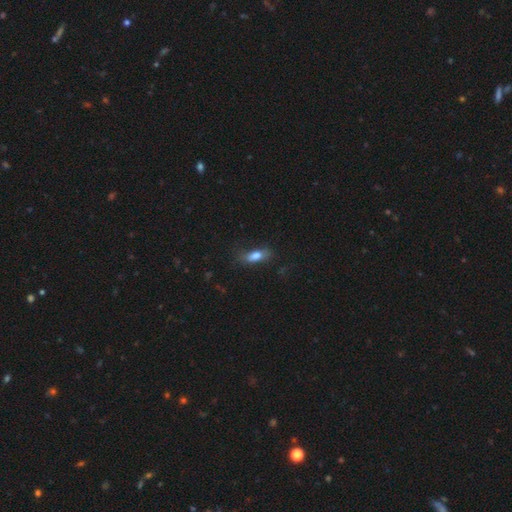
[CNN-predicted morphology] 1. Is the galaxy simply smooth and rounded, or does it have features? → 77% smooth, 14% featured or disk, 9% star or artifact.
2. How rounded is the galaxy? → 73% in between, 23% cigar-shaped, 4% round.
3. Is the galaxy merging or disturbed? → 66% none, 22% minor disturbance, 10% major disturbance, 2% merger.